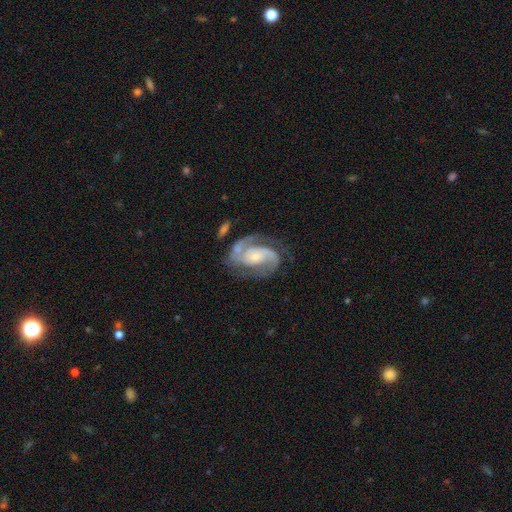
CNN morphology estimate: Smooth or featured? featured or disk (90%)
Edge-on disk? no (98%)
Bar? no (54%)
Spiral arms? yes (98%)
Spiral winding? medium (52%)
Spiral arm count? 2 (86%)
Bulge size? small (58%)
Merging? none (67%)